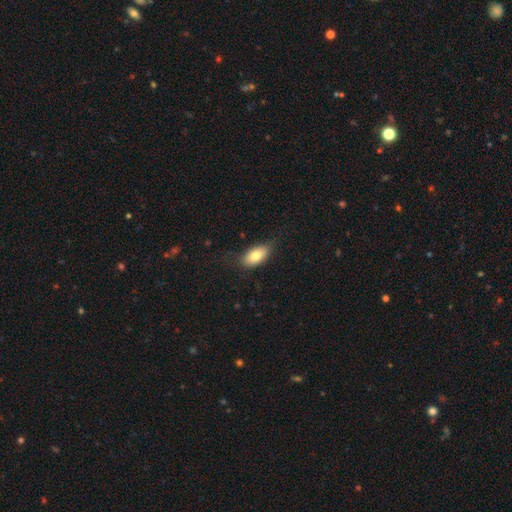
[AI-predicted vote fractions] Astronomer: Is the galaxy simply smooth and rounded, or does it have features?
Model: smooth — 77%.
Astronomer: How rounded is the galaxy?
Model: in between — 91%.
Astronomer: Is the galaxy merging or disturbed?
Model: none — 72%.